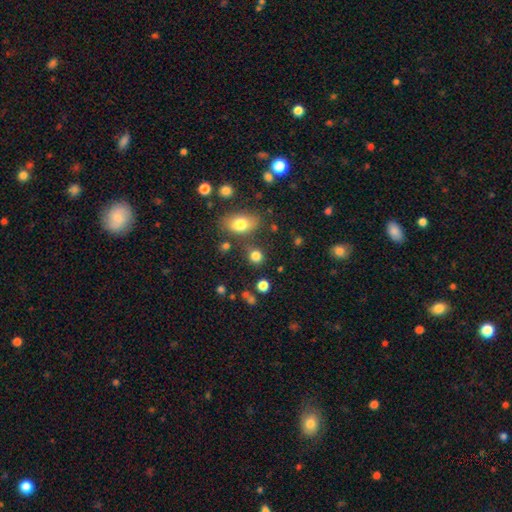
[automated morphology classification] A smooth galaxy with no disk features (81%) that is round (79%). Merging: none (75%).